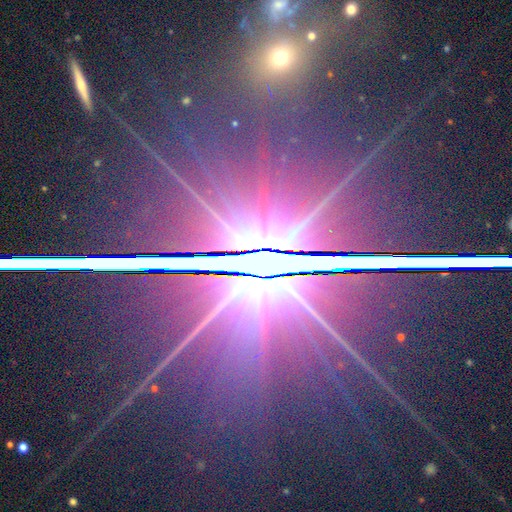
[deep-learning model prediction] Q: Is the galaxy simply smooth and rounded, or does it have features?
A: star or artifact — 84%.